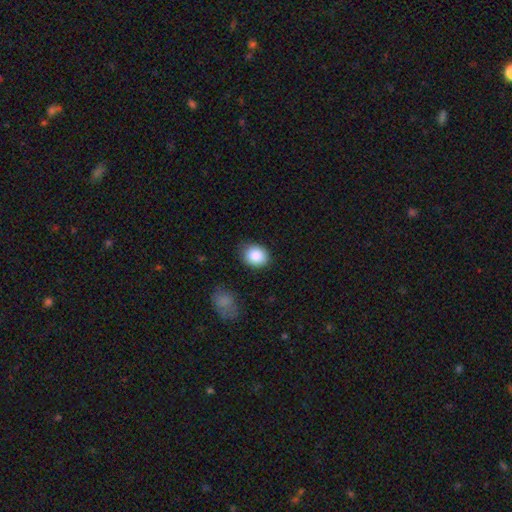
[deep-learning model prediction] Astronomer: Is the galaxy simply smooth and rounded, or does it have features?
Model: smooth — 87%.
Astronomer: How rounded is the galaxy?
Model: round — 53% (runner-up: in between, 46%).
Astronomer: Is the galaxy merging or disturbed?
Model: none — 82%.